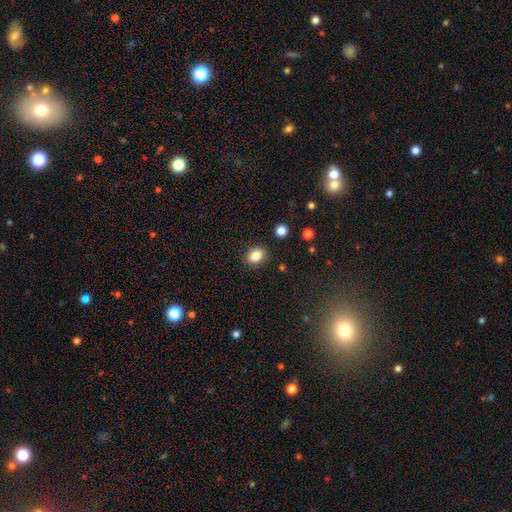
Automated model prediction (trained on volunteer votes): Overall: smooth (84%). How rounded: in between (66%; round 32%). Merging: none (87%).